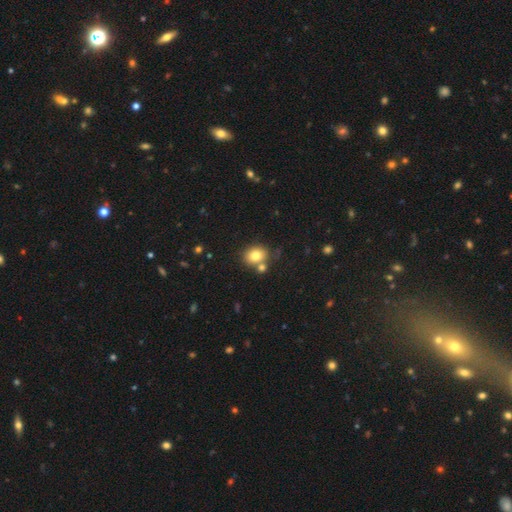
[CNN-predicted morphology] type=smooth (79%); roundness=round (51%); merging=none (63%).